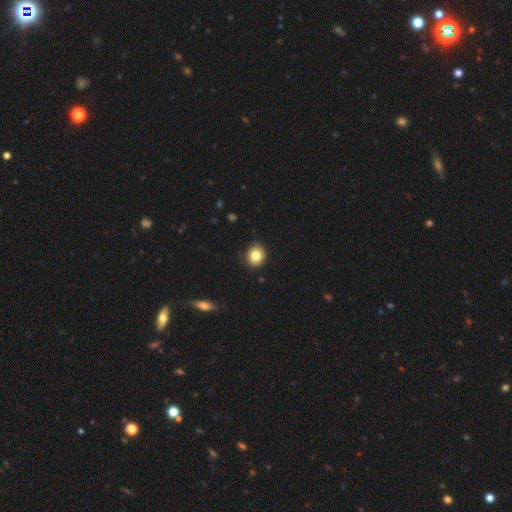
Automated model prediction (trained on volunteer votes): A smooth galaxy with no disk features (83%) that is round (78%). Merging: none (83%).